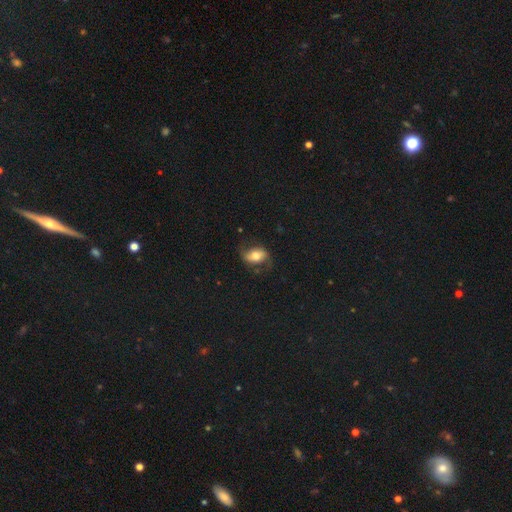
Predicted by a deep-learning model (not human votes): Q: Smooth or featured?
A: featured or disk (47%); runner-up: smooth (44%)
Q: Merging?
A: none (67%); runner-up: minor disturbance (21%)